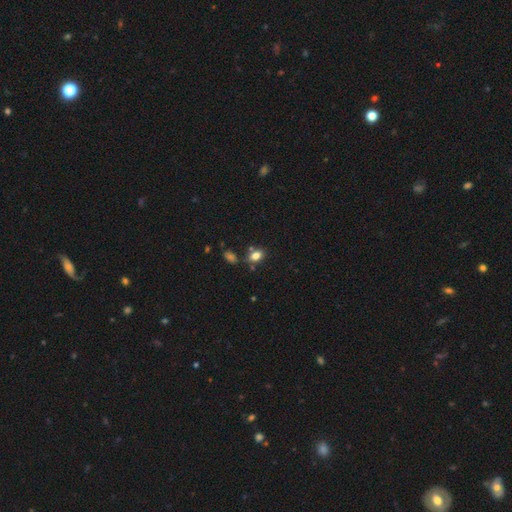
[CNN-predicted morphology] A smooth galaxy with no disk features (80%) that is in between round and cigar-shaped (81%).

Vote fractions:
- Smooth or featured? smooth: 80% / star or artifact: 12% / featured or disk: 8%
- How rounded? in between: 81% / round: 16% / cigar-shaped: 3%
- Merging? none: 70% / minor disturbance: 14% / merger: 12% / major disturbance: 4%